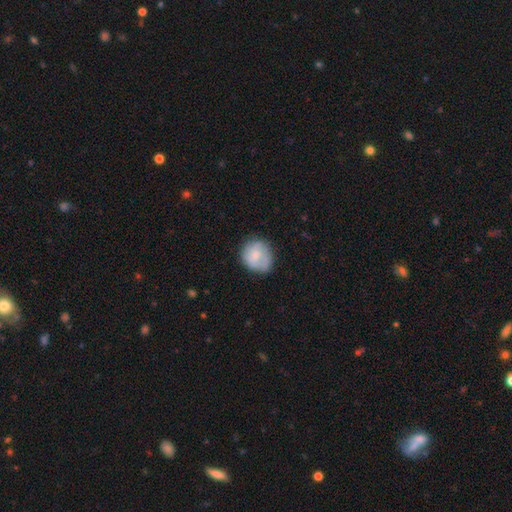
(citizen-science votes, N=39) Volunteers were most divided on "merging": none: 56%, minor disturbance: 39%, major disturbance: 3%, merger: 3%. More confident: how rounded — round (79%); smooth or featured — smooth (62%).